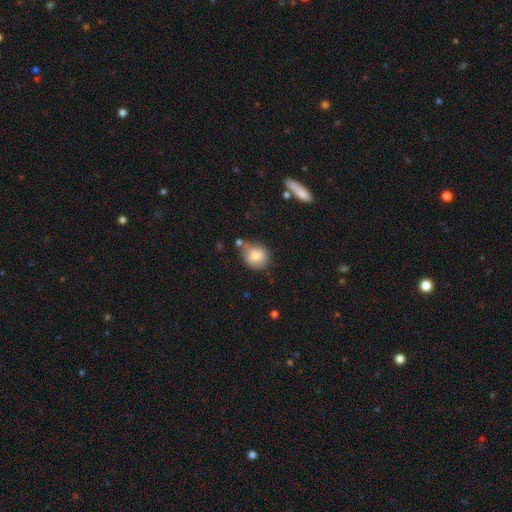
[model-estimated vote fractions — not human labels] smooth-or-featured: smooth: 78% | featured or disk: 14% | star or artifact: 8%
  how-rounded: round: 78% | in between: 21% | cigar-shaped: 1%
  merging: none: 65% | minor disturbance: 20% | merger: 10% | major disturbance: 5%